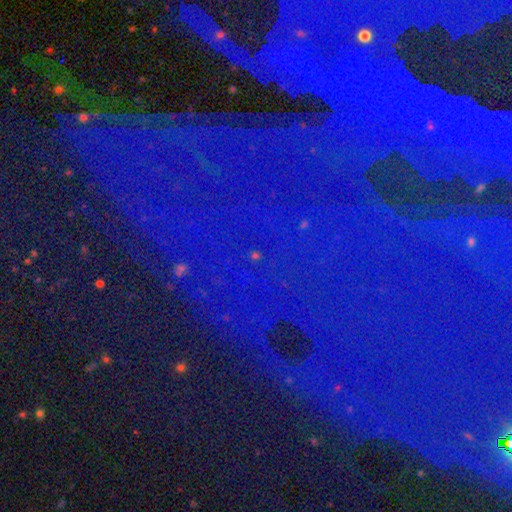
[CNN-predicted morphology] Smooth or featured?
  - star or artifact: 85% *
  - featured or disk: 8%
  - smooth: 7%